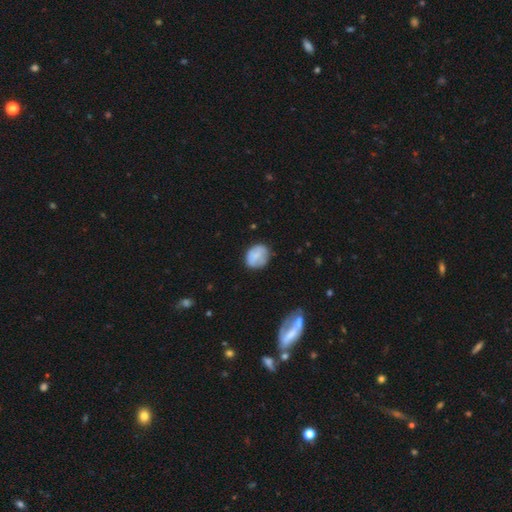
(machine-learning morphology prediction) Smooth or featured? smooth (72%)
How rounded? round (54%)
Merging? none (72%)